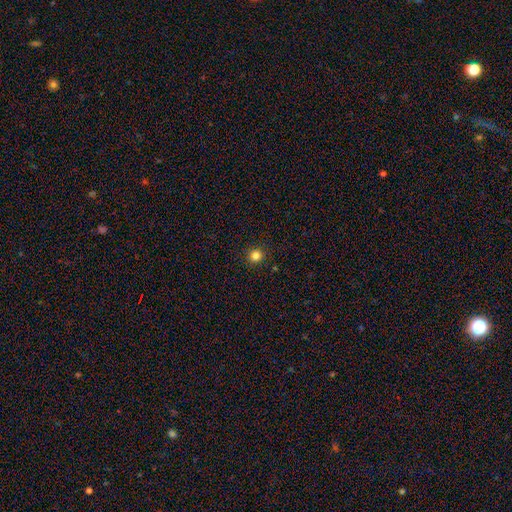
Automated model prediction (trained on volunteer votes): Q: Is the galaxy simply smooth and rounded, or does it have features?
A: smooth — 82%.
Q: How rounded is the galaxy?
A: round — 94%.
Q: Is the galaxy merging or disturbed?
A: none — 93%.